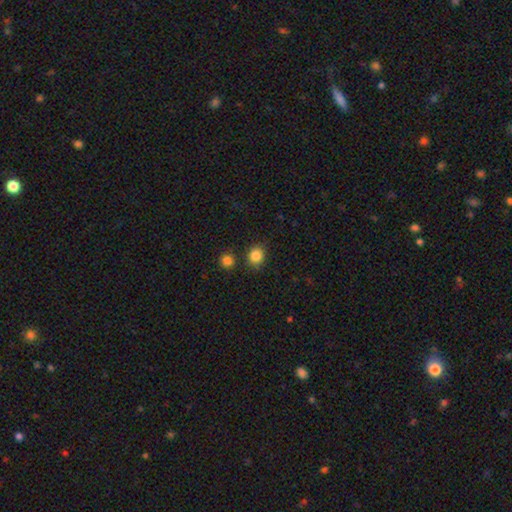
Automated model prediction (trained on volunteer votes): Smooth or featured: smooth — 84% (star or artifact — 11%)
How rounded: round — 78% (in between — 21%)
Merging: none — 79% (minor disturbance — 11%)